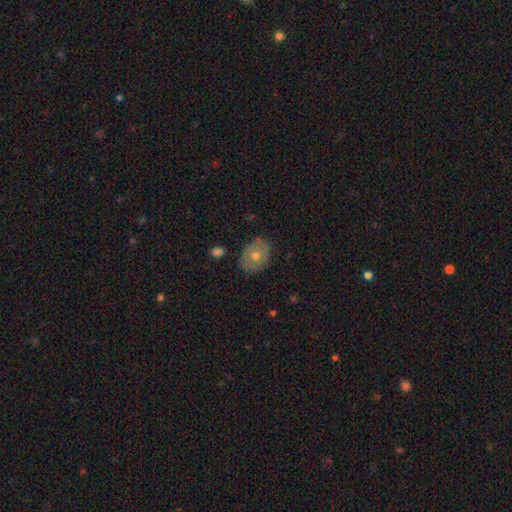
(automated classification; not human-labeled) smooth 55%, featured or disk 36%, star or artifact 9%. Down the decision tree: how rounded — in between (67%); merging — none (83%).